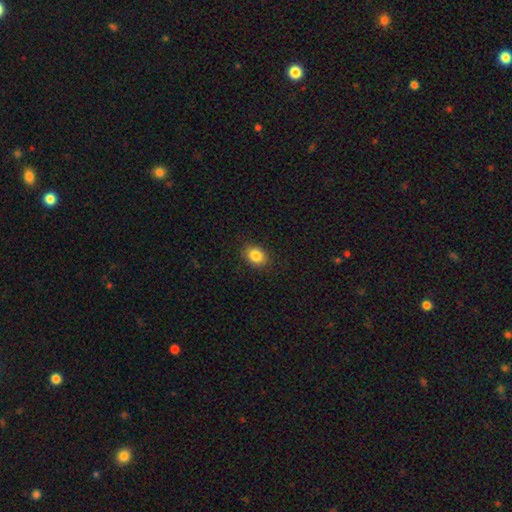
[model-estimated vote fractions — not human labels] Overall: smooth (85%). How rounded: in between (65%; round 34%). Merging: none (88%).